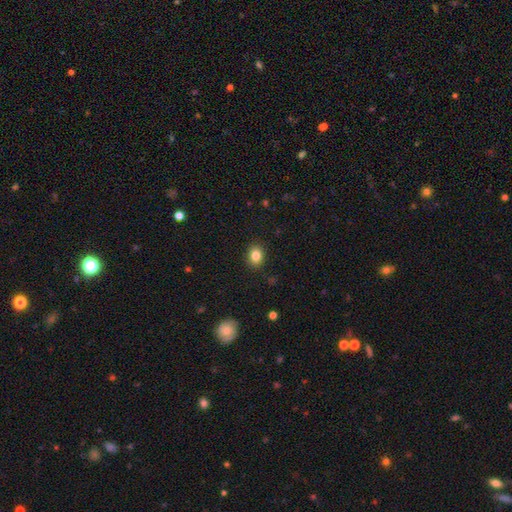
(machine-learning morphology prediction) This is clearly a smooth galaxy (84%). How rounded: possibly round (54%). Merging: clearly none (89%).